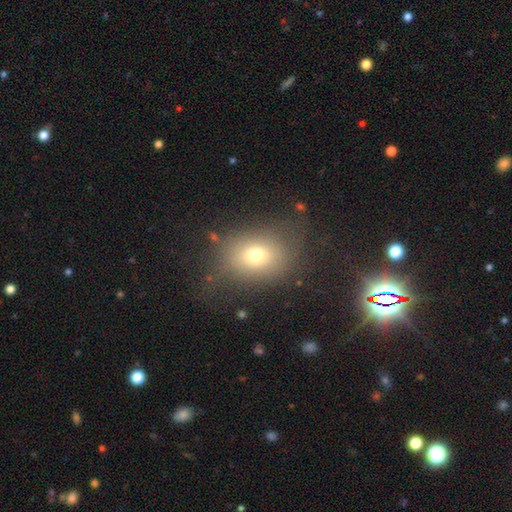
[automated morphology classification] Smooth or featured? smooth (69%)
How rounded? in between (55%)
Merging? none (63%)